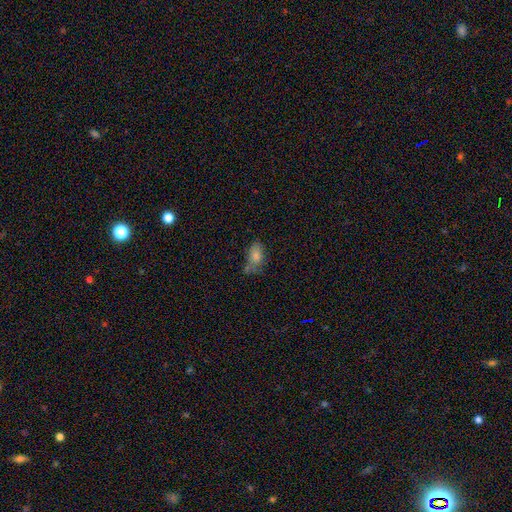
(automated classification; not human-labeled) A smooth galaxy with no disk features (72%) that is in between round and cigar-shaped (84%).

Vote fractions:
- Smooth or featured? smooth: 72% / star or artifact: 15% / featured or disk: 13%
- How rounded? in between: 84% / round: 12% / cigar-shaped: 4%
- Merging? none: 50% / minor disturbance: 27% / merger: 13% / major disturbance: 11%